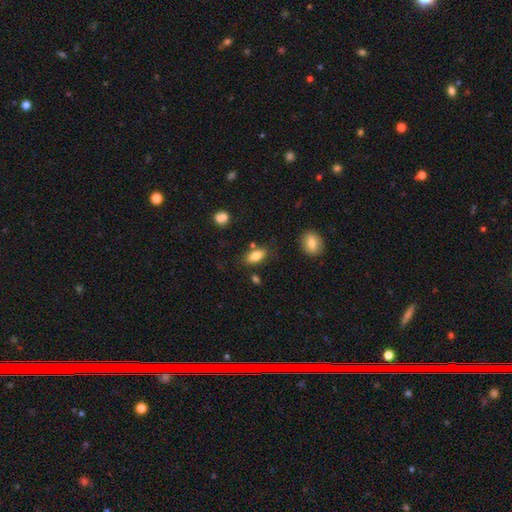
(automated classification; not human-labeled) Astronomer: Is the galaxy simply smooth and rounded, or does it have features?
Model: smooth — 82%.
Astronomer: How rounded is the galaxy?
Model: in between — 88%.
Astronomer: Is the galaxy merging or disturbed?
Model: none — 77%.